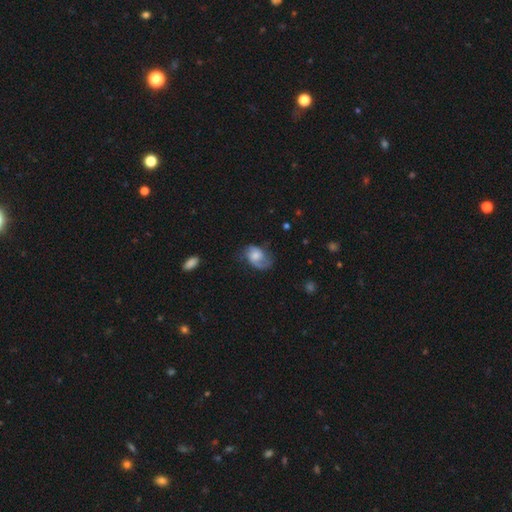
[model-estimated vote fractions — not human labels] A featured or disk galaxy (60%) with no bar (67%), 2 (54%) medium (42%) spiral arms (90%) and a moderate central bulge (40%). Merging: none (50%).